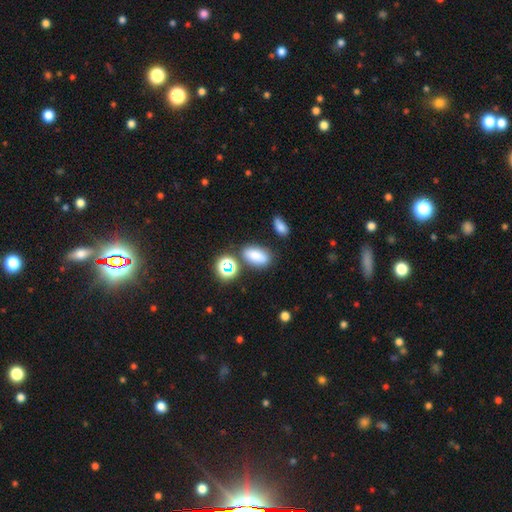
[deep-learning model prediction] smooth_or_featured: smooth (p=0.78) [alt: star or artifact p=0.14]
how_rounded: in between (p=0.84) [alt: round p=0.11]
merging: none (p=0.73) [alt: minor disturbance p=0.13]